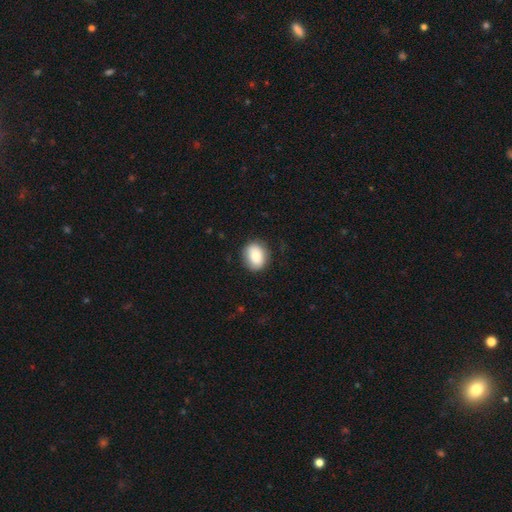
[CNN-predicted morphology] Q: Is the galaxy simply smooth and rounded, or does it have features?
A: smooth — 82%.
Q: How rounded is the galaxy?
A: round — 52%.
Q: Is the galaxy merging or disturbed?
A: none — 83%.